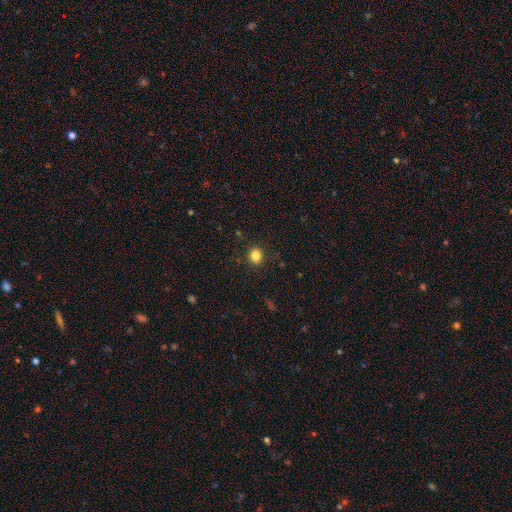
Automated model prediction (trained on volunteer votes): Smooth or featured? Predicted: smooth (p=0.83). How rounded? Predicted: round (p=0.84). Merging? Predicted: none (p=0.90).